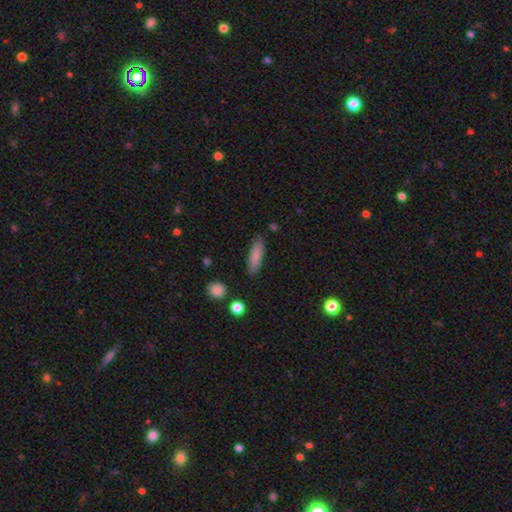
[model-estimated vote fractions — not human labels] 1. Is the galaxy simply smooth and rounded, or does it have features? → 82% smooth, 11% featured or disk, 7% star or artifact.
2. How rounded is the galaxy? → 58% cigar-shaped, 40% in between, 2% round.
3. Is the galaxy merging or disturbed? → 83% none, 12% minor disturbance, 3% major disturbance, 2% merger.